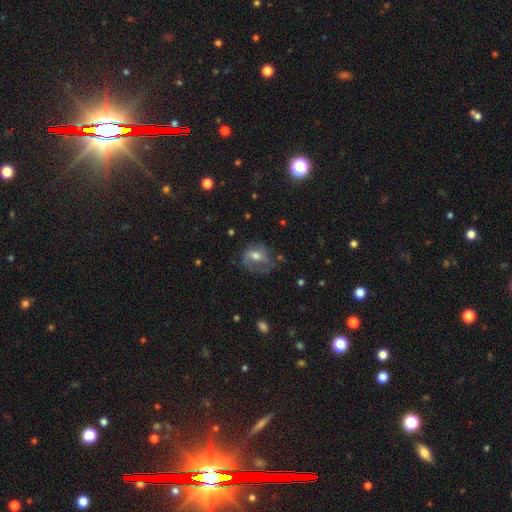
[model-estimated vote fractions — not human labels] smooth_or_featured: featured or disk (p=0.49) [alt: smooth p=0.42]
merging: none (p=0.47) [alt: minor disturbance p=0.26]